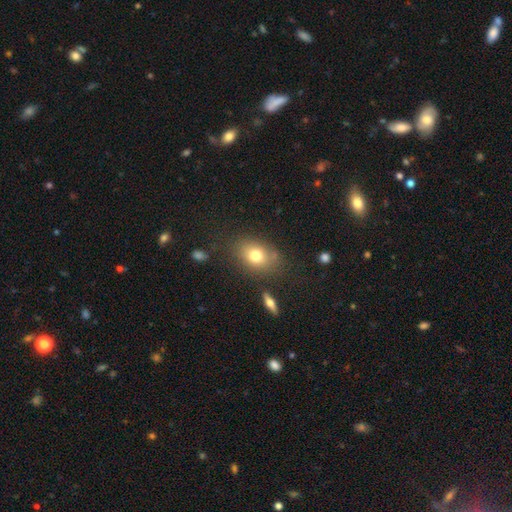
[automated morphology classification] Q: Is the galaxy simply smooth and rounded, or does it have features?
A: smooth — 75%.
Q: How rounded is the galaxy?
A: in between — 68%.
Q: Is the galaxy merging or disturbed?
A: none — 74%.